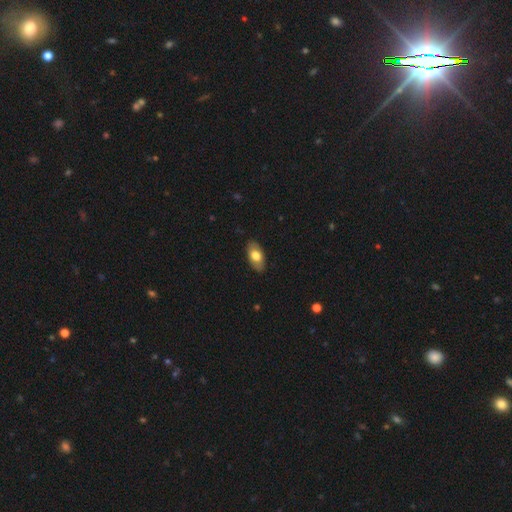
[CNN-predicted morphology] This appears to be a smooth galaxy with no disk features (71%) that is in between round and cigar-shaped (93%). Merging: none (85%).